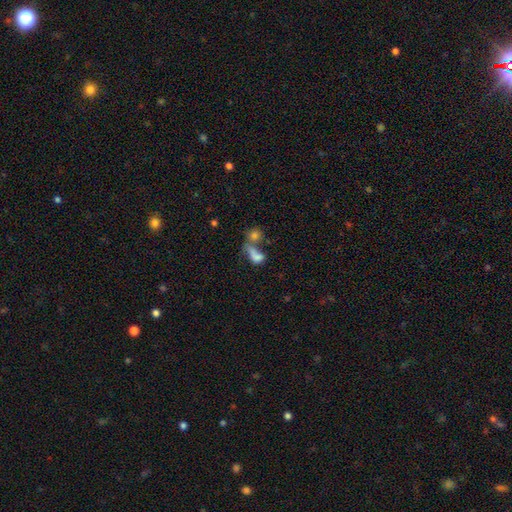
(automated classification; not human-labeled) This is likely a smooth galaxy (68%). How rounded: likely in between (70%). Merging: possibly merger (55%).